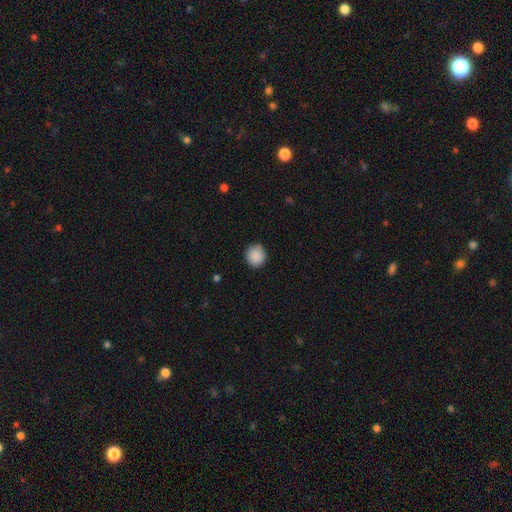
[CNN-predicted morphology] type=smooth (89%); roundness=round (91%); merging=none (88%).